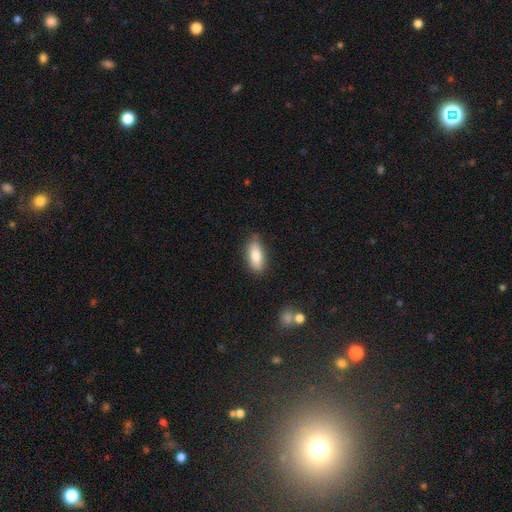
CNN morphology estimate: smooth 82%, featured or disk 11%, star or artifact 7%. Down the decision tree: how rounded — in between (82%); merging — none (78%).